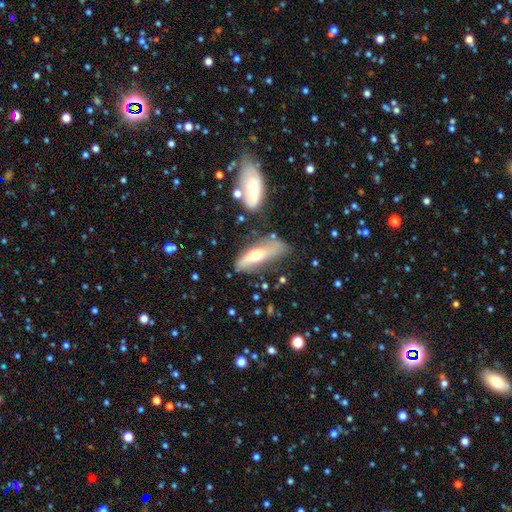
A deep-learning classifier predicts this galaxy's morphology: Smooth or featured?
  - smooth: 49% *
  - featured or disk: 44%
  - star or artifact: 7%
Merging?
  - none: 49% *
  - minor disturbance: 26%
  - major disturbance: 13%
  - merger: 11%